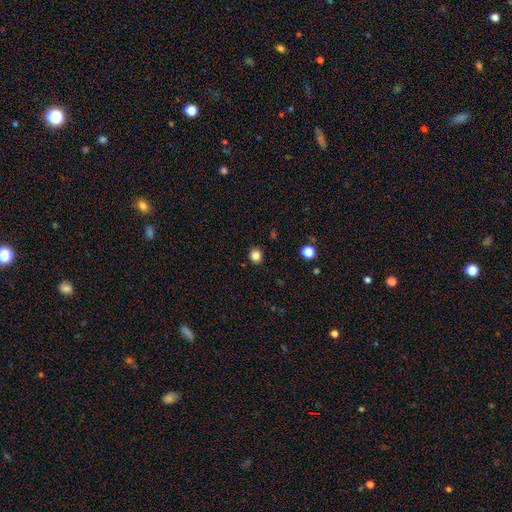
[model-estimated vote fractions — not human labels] A smooth galaxy with no disk features (83%) that is round (87%).

Vote fractions:
- Smooth or featured? smooth: 83% / star or artifact: 12% / featured or disk: 4%
- How rounded? round: 87% / in between: 12% / cigar-shaped: 1%
- Merging? none: 91% / minor disturbance: 6% / major disturbance: 2% / merger: 1%